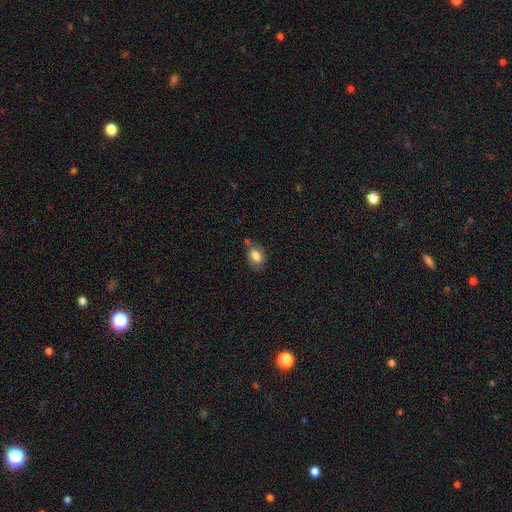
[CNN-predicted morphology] A smooth galaxy with no disk features (75%) that is in between round and cigar-shaped (82%).

Vote fractions:
- Smooth or featured? smooth: 75% / featured or disk: 17% / star or artifact: 8%
- How rounded? in between: 82% / round: 16% / cigar-shaped: 1%
- Merging? none: 59% / minor disturbance: 24% / merger: 10% / major disturbance: 7%